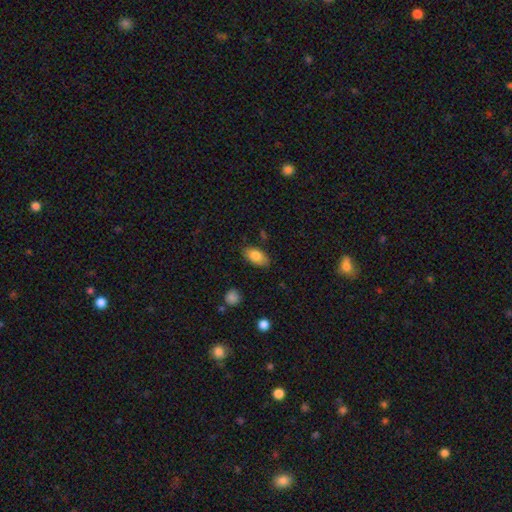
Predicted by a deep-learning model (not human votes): smooth-or-featured: smooth: 82% | featured or disk: 11% | star or artifact: 7%
  how-rounded: in between: 92% | round: 4% | cigar-shaped: 3%
  merging: none: 83% | minor disturbance: 13% | major disturbance: 3% | merger: 2%